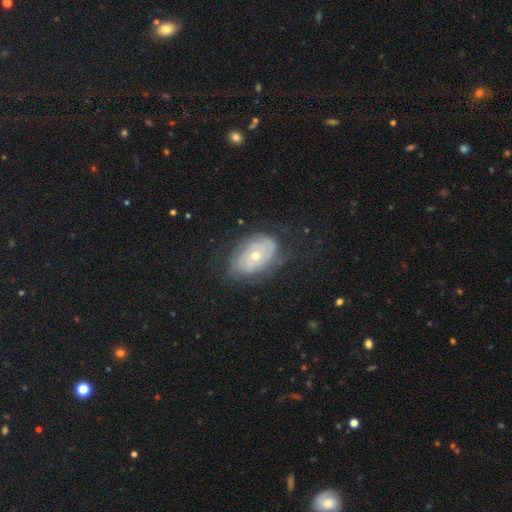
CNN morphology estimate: This appears to be a featured or disk galaxy (72%) with no bar (82%), tight (72%) spiral arms (81%) and a small central bulge (52%). Merging: none (70%).